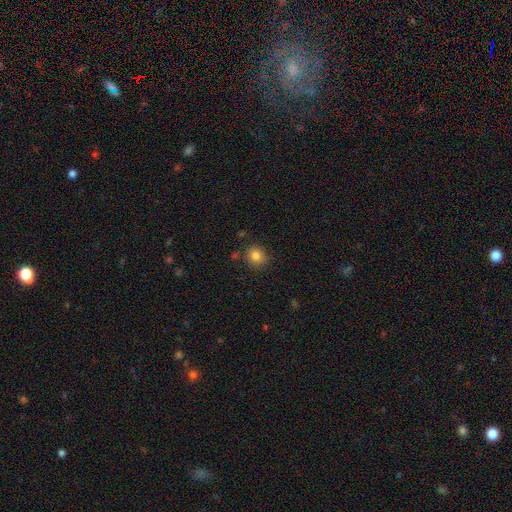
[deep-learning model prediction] Smooth or featured?
  - smooth: 83% *
  - star or artifact: 11%
  - featured or disk: 6%
How rounded?
  - round: 85% *
  - in between: 14%
  - cigar-shaped: 1%
Merging?
  - none: 84% *
  - minor disturbance: 10%
  - merger: 3%
  - major disturbance: 3%